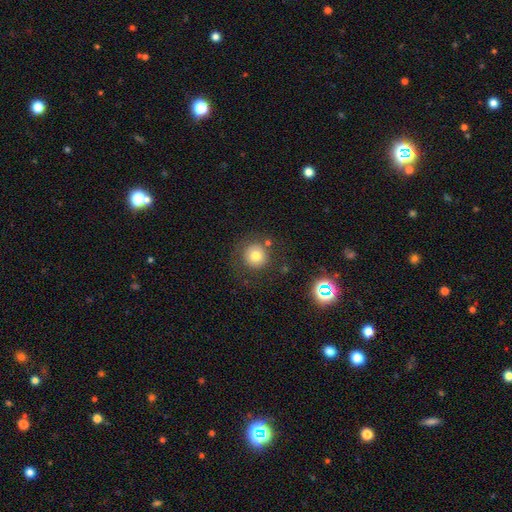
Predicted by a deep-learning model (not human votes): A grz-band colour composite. It shows a smooth galaxy with no disk features (75%) that is round (94%). Merging: none (79%).